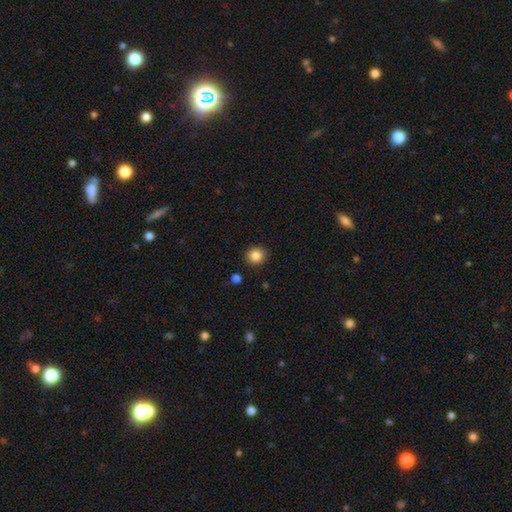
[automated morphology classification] Smooth or featured? smooth (85%)
How rounded? round (88%)
Merging? none (90%)